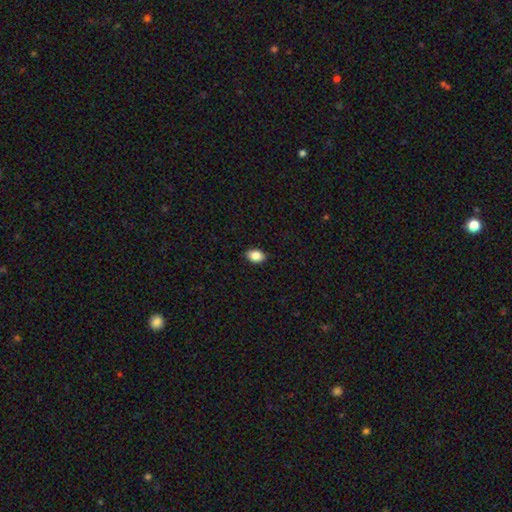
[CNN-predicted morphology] This is clearly a smooth galaxy (86%). How rounded: clearly in between (83%). Merging: clearly none (89%).